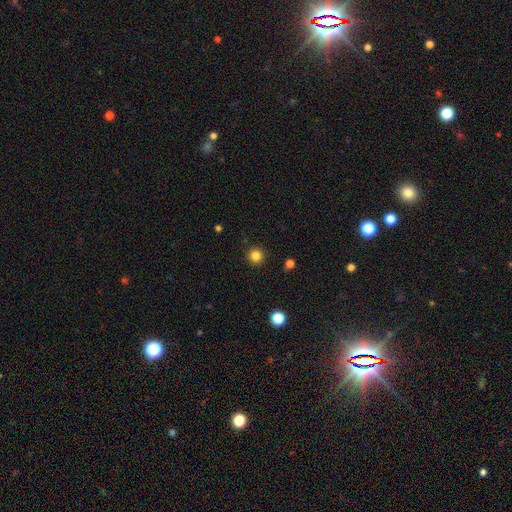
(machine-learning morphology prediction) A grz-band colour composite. It shows a smooth galaxy with no disk features (83%) that is round (96%). Merging: none (92%).